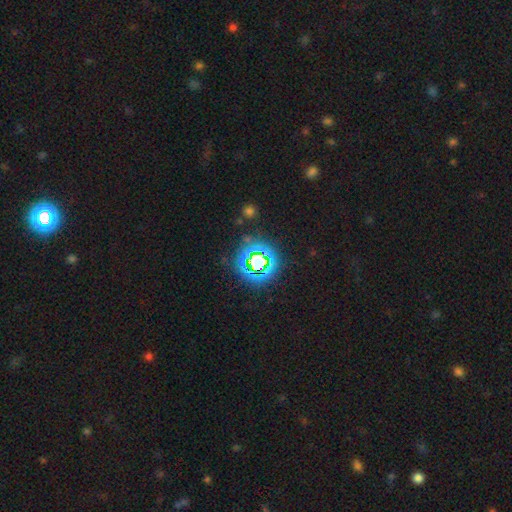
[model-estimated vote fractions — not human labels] Overall: star or artifact (77%).